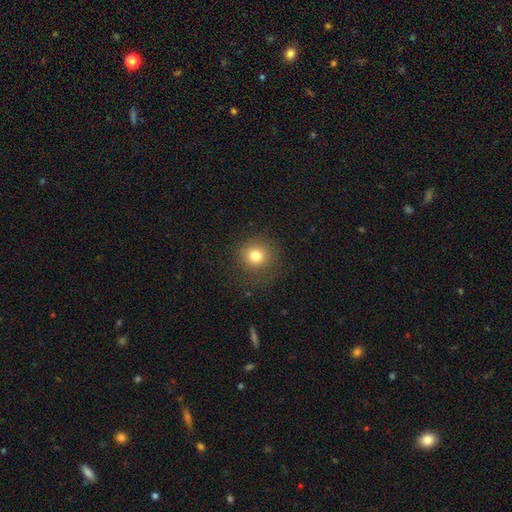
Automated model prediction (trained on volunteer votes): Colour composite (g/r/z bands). It shows a smooth galaxy with no disk features (78%) that is round (91%). Merging: none (84%).